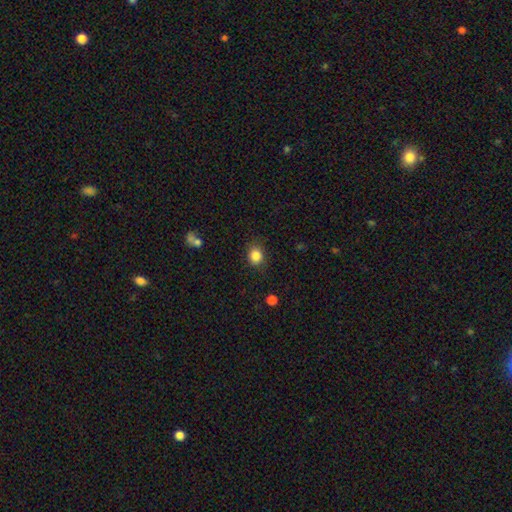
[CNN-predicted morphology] smooth_or_featured: smooth (p=0.85) [alt: star or artifact p=0.10]
how_rounded: round (p=0.69) [alt: in between p=0.30]
merging: none (p=0.83) [alt: minor disturbance p=0.12]